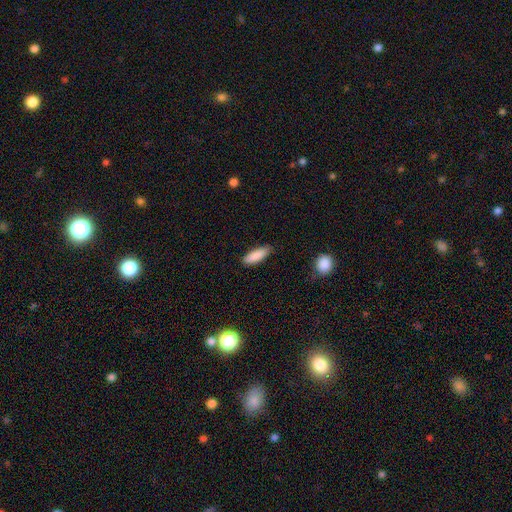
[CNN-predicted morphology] smooth 87%, star or artifact 6%, featured or disk 6%. Down the decision tree: how rounded — in between (52%); merging — none (82%).